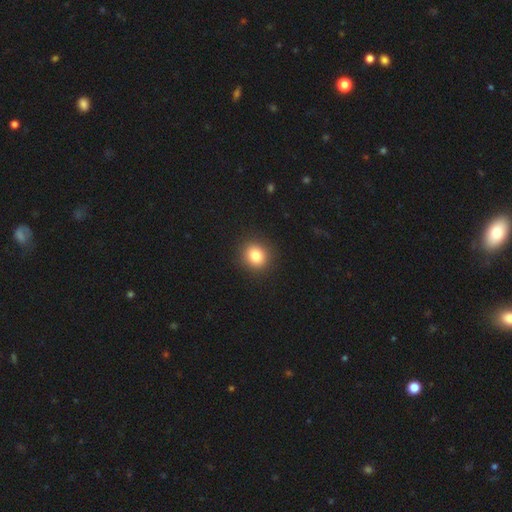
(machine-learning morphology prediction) smooth_or_featured: smooth (p=0.82) [alt: star or artifact p=0.11]
how_rounded: round (p=0.83) [alt: in between p=0.16]
merging: none (p=0.91) [alt: minor disturbance p=0.06]